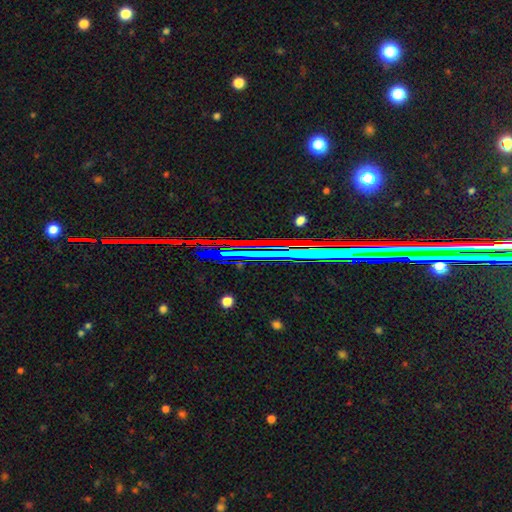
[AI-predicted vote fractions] A star or artifact, not a galaxy (77%).

Vote fractions:
- Smooth or featured? star or artifact: 77% / featured or disk: 13% / smooth: 10%